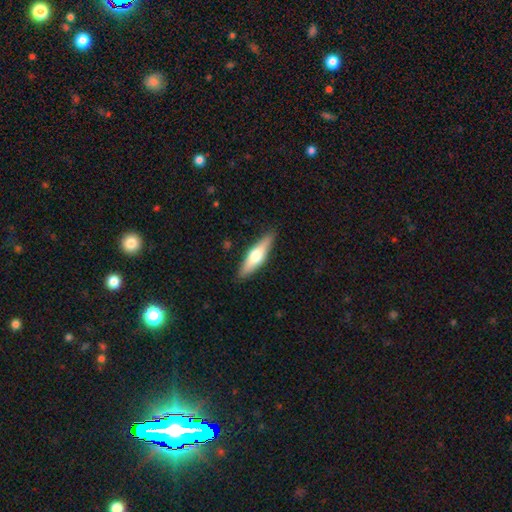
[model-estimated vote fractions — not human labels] Q: Smooth or featured?
A: smooth (51%); runner-up: featured or disk (43%)
Q: How rounded?
A: cigar-shaped (69%); runner-up: in between (29%)
Q: Merging?
A: none (88%); runner-up: minor disturbance (9%)